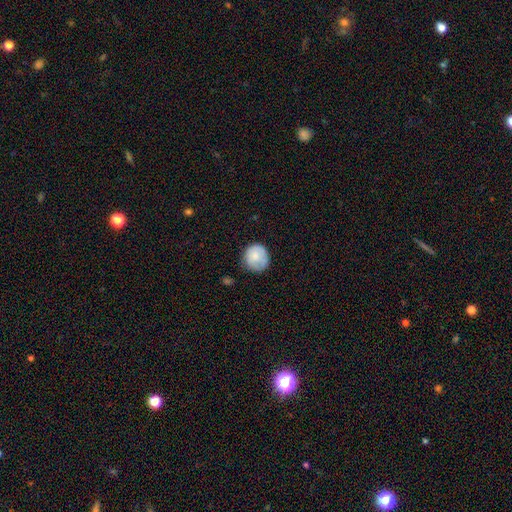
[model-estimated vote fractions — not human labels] Smooth or featured: smooth — 80% (featured or disk — 13%)
How rounded: round — 89% (in between — 10%)
Merging: none — 73% (minor disturbance — 20%)